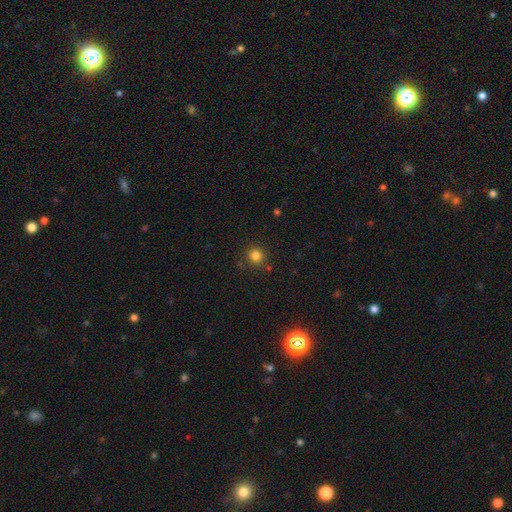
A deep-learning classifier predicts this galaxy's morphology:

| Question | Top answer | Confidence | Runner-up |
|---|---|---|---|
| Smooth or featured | smooth | 82% | star or artifact (14%) |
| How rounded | round | 94% | in between (6%) |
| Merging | none | 85% | minor disturbance (9%) |